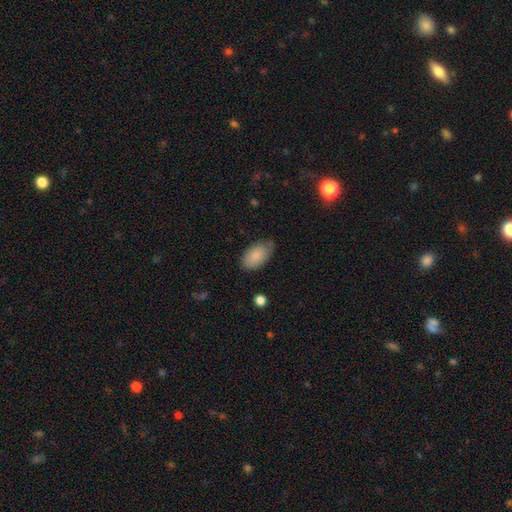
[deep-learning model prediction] Q: Smooth or featured?
A: smooth (86%); runner-up: featured or disk (8%)
Q: How rounded?
A: in between (95%); runner-up: round (4%)
Q: Merging?
A: none (70%); runner-up: minor disturbance (24%)